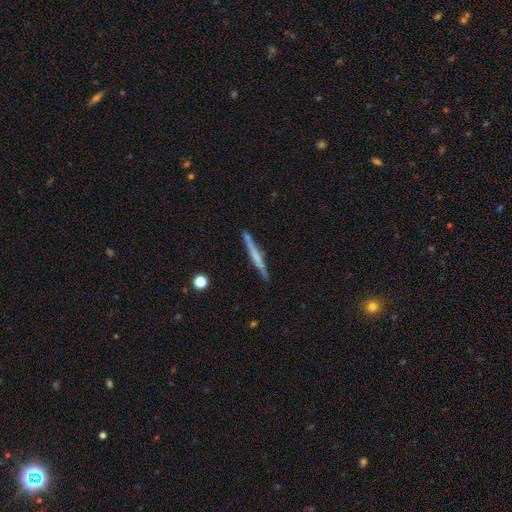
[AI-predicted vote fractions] A featured or disk galaxy (52%) viewed edge-on (97%) with no central bulge (64%).

Vote fractions:
- Smooth or featured? featured or disk: 52% / smooth: 42% / star or artifact: 6%
- Edge-on disk? yes: 97% / no: 3%
- Edge-on bulge? none: 64% / rounded: 19% / boxy: 17%
- Merging? none: 85% / minor disturbance: 10% / merger: 3% / major disturbance: 2%